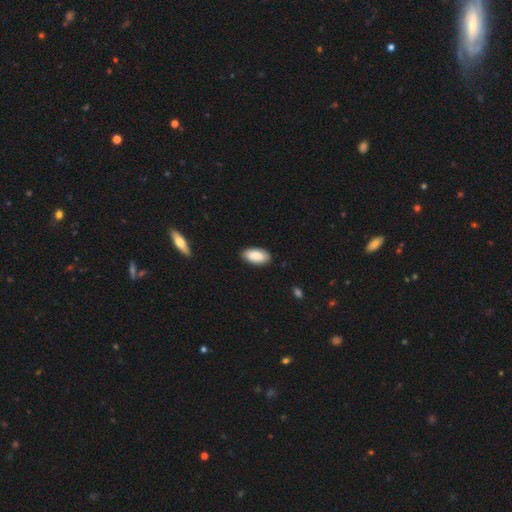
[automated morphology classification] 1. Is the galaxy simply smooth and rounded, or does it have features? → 89% smooth, 6% star or artifact, 6% featured or disk.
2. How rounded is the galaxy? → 94% in between, 4% cigar-shaped, 2% round.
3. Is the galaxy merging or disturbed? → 86% none, 11% minor disturbance, 2% major disturbance, 1% merger.